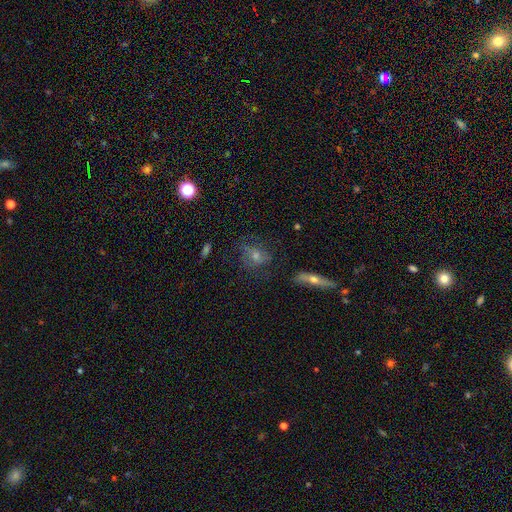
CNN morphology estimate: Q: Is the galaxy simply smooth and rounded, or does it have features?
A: featured or disk — 49%.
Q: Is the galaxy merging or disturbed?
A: none — 66%.